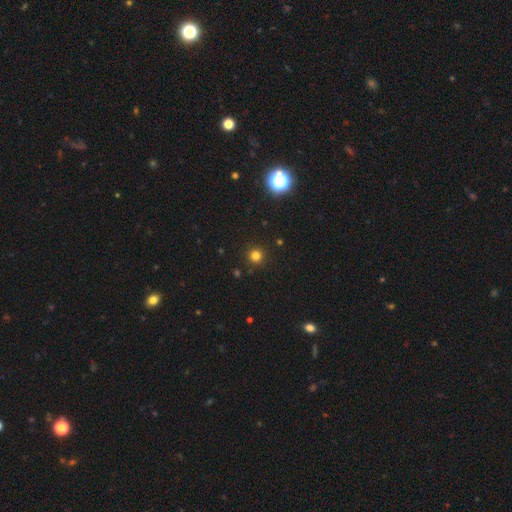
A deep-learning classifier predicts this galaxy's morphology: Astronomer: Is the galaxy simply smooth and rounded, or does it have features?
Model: smooth — 78%.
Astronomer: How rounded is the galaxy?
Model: round — 95%.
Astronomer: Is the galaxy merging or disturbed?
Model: none — 91%.